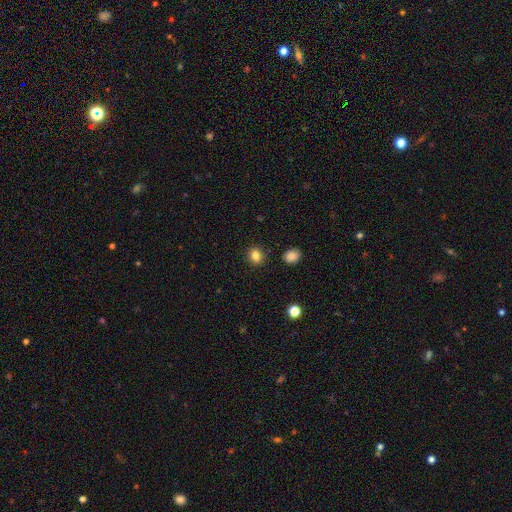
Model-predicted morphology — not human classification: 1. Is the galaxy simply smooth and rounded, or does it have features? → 83% smooth, 11% star or artifact, 6% featured or disk.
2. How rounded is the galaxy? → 70% round, 29% in between, 1% cigar-shaped.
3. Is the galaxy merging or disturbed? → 89% none, 7% minor disturbance, 2% major disturbance, 2% merger.